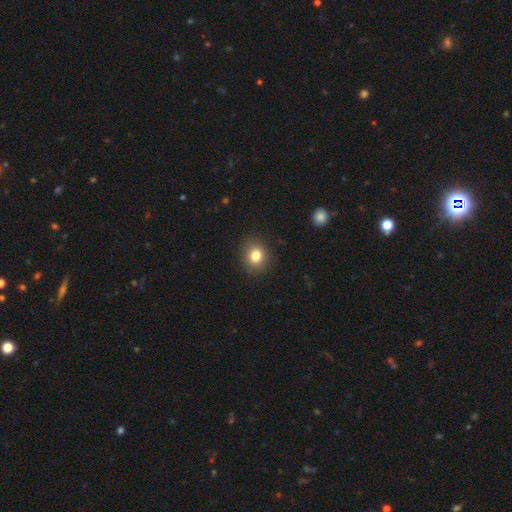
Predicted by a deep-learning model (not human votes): Smooth or featured: smooth — 81% (star or artifact — 11%)
How rounded: round — 62% (in between — 37%)
Merging: none — 87% (minor disturbance — 9%)